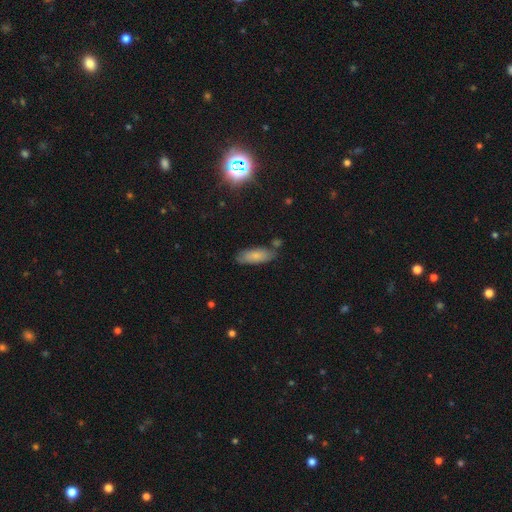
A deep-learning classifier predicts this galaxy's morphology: The model was most divided on "how rounded": in between: 73%, cigar-shaped: 25%, round: 2%. More confident: smooth or featured — smooth (76%); merging — none (73%).